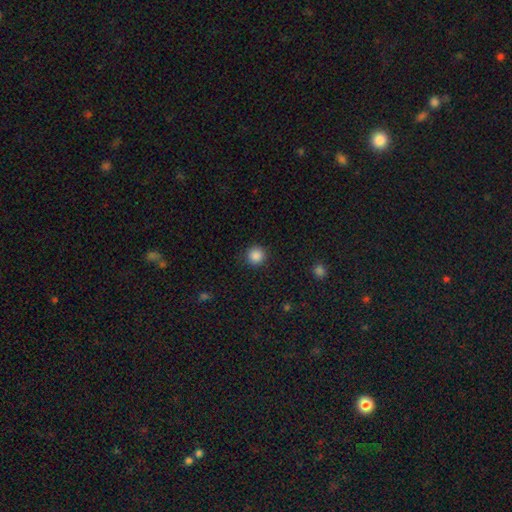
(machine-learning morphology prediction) The model was most divided on "smooth or featured": smooth: 87%, star or artifact: 10%, featured or disk: 3%. More confident: how rounded — round (95%); merging — none (91%).